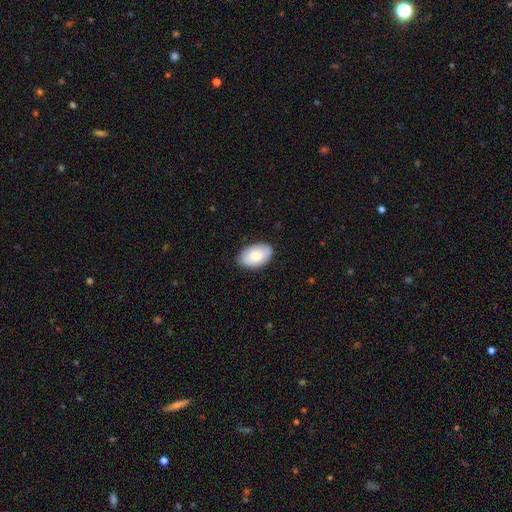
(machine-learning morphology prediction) This appears to be a smooth galaxy with no disk features (82%) that is in between round and cigar-shaped (92%). Merging: none (85%).